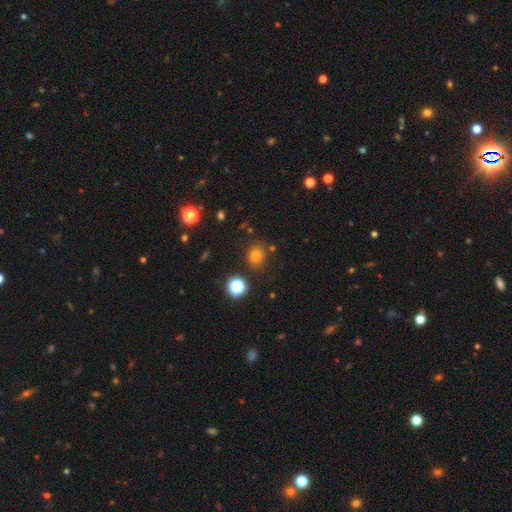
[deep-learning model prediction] A smooth galaxy with no disk features (73%) that is round (71%). Merging: none (81%).